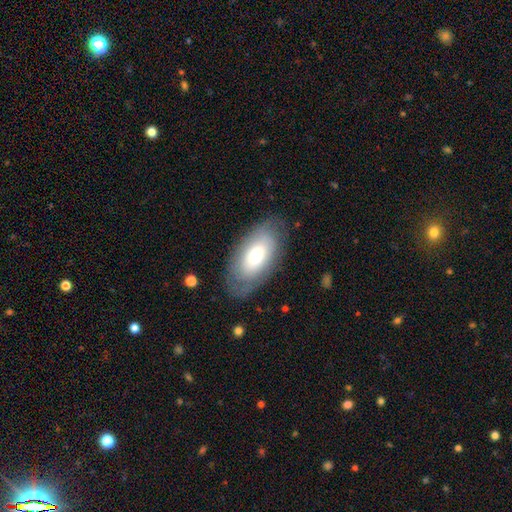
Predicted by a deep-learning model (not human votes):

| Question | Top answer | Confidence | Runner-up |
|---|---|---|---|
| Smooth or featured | smooth | 63% | featured or disk (30%) |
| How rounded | in between | 93% | round (3%) |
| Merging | none | 77% | minor disturbance (16%) |